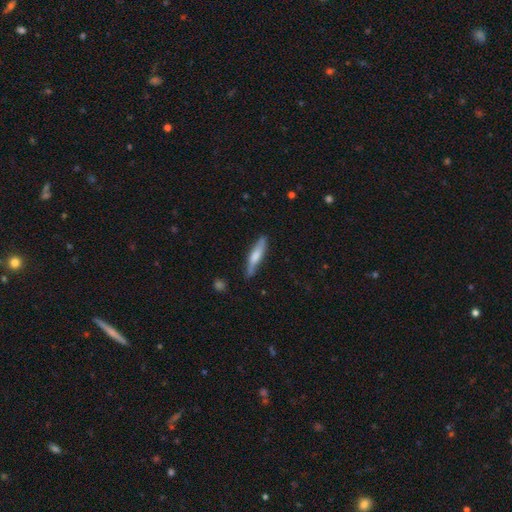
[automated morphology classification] Smooth or featured? Predicted: smooth (p=0.62). How rounded? Predicted: cigar-shaped (p=0.85). Merging? Predicted: none (p=0.79).